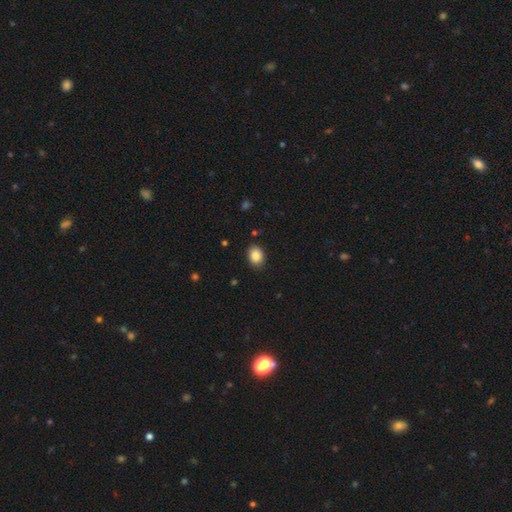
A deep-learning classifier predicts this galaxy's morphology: Q: Smooth or featured?
A: smooth (88%); runner-up: star or artifact (8%)
Q: How rounded?
A: in between (66%); runner-up: round (33%)
Q: Merging?
A: none (88%); runner-up: minor disturbance (9%)